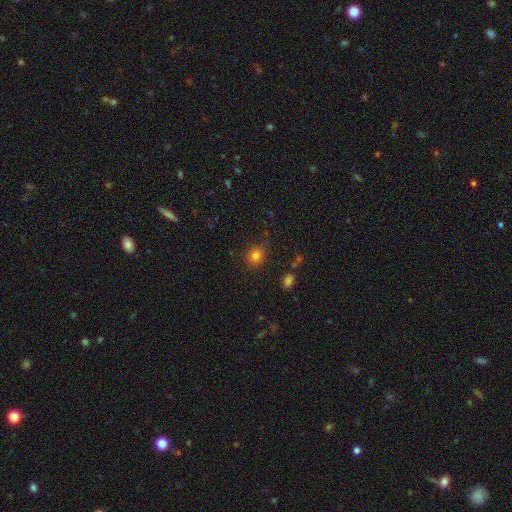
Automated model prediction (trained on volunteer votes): A smooth galaxy with no disk features (79%) that is round (65%). Merging: none (79%).